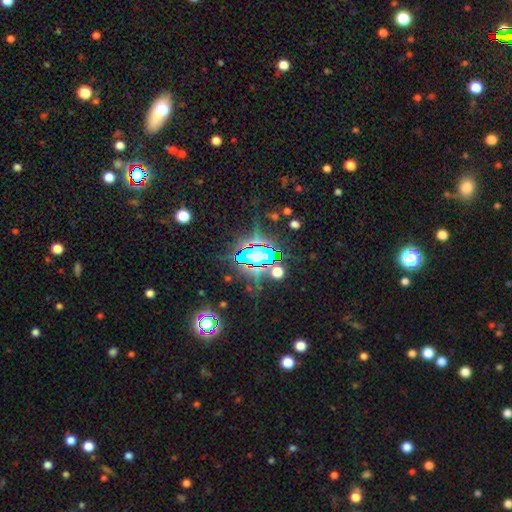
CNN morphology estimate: Smooth or featured?
  - star or artifact: 67% *
  - smooth: 19%
  - featured or disk: 14%